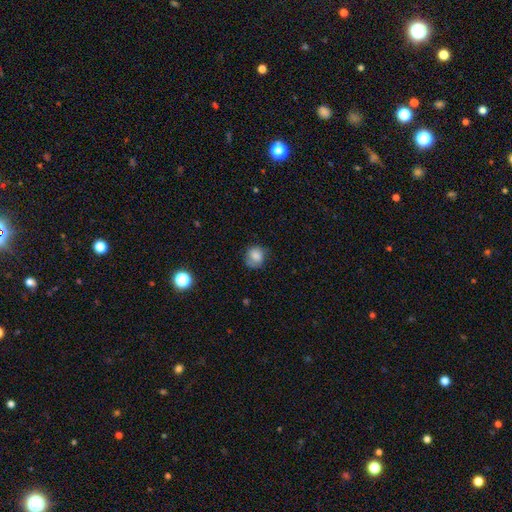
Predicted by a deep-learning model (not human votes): This is likely a smooth galaxy (78%). How rounded: likely round (75%). Merging: likely none (63%).